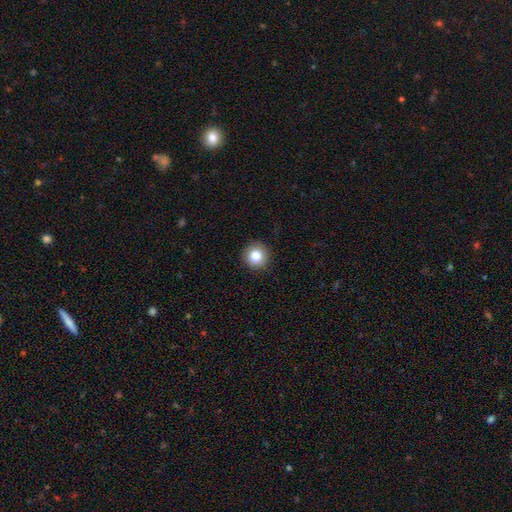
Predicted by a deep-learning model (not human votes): smooth 82%, star or artifact 10%, featured or disk 8%. Down the decision tree: how rounded — round (93%); merging — none (91%).